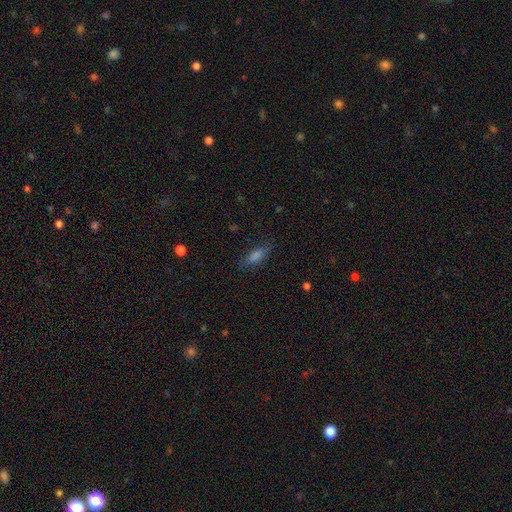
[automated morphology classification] This is likely a smooth galaxy (66%). How rounded: possibly in between (58%). Merging: likely none (78%).